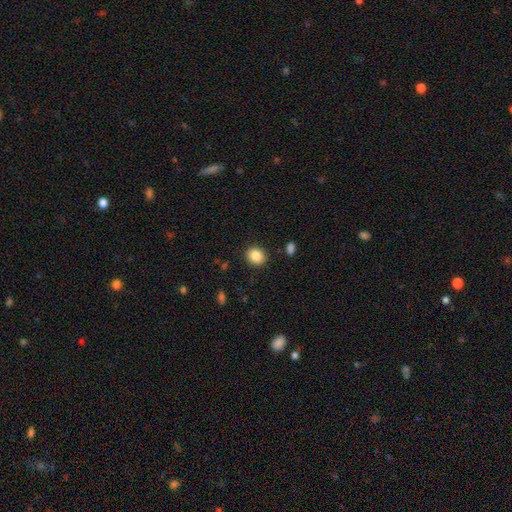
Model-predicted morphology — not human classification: This appears to be a smooth galaxy with no disk features (87%) that is round (70%). Merging: none (89%).